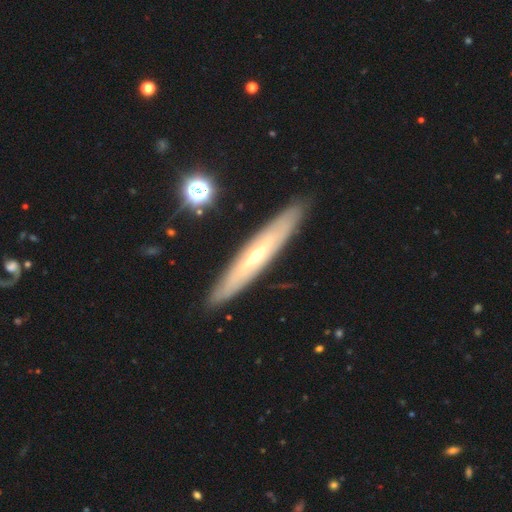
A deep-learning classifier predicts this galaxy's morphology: Smooth or featured? featured or disk (68%)
Edge-on disk? yes (70%)
Merging? none (90%)